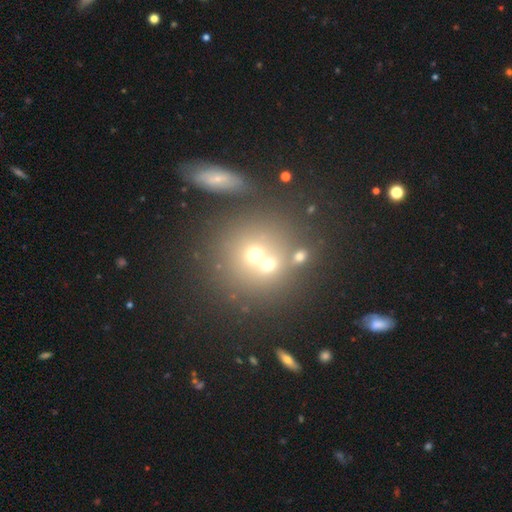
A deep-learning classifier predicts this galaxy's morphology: smooth-or-featured: smooth: 53% | star or artifact: 27% | featured or disk: 20%
  how-rounded: round: 87% | in between: 12% | cigar-shaped: 1%
  merging: none: 49% | merger: 39% | minor disturbance: 8% | major disturbance: 4%